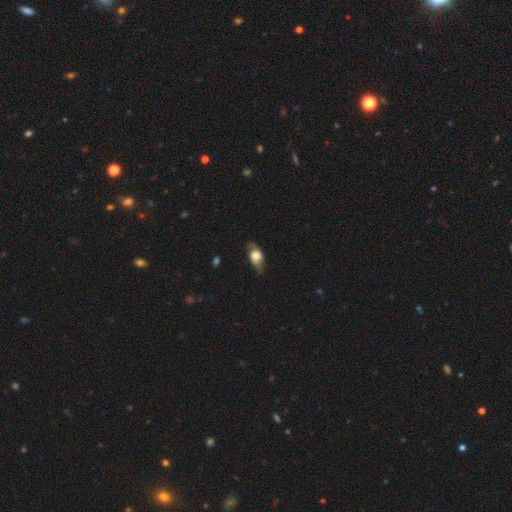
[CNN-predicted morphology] This appears to be a smooth galaxy with no disk features (59%) that is in between round and cigar-shaped (81%). Merging: none (68%).